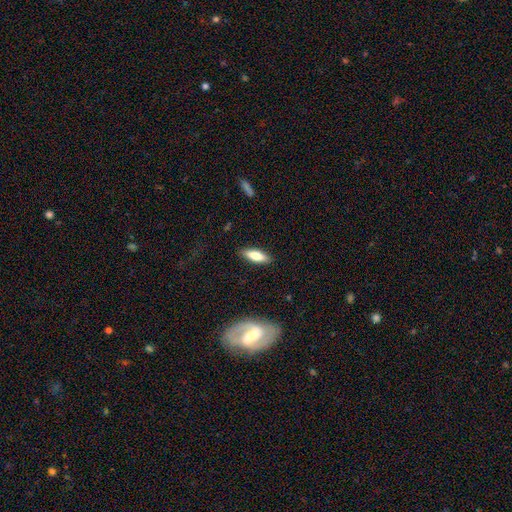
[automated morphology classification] smooth_or_featured: smooth (p=0.73) [alt: featured or disk p=0.20]
how_rounded: in between (p=0.58) [alt: cigar-shaped p=0.40]
merging: none (p=0.88) [alt: minor disturbance p=0.09]